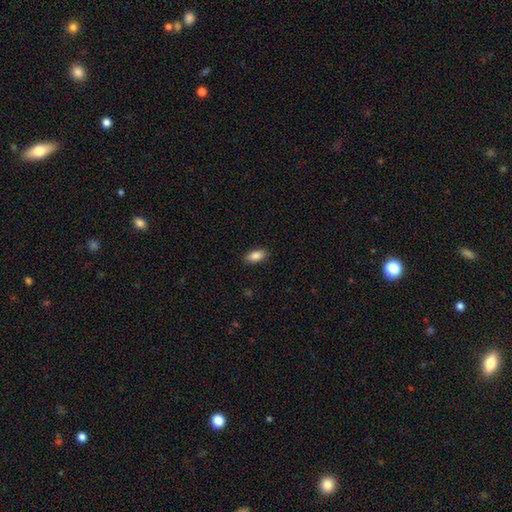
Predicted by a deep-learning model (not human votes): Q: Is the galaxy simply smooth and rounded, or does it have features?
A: smooth — 88%.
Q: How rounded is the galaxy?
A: in between — 90%.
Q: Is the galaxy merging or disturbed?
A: none — 89%.